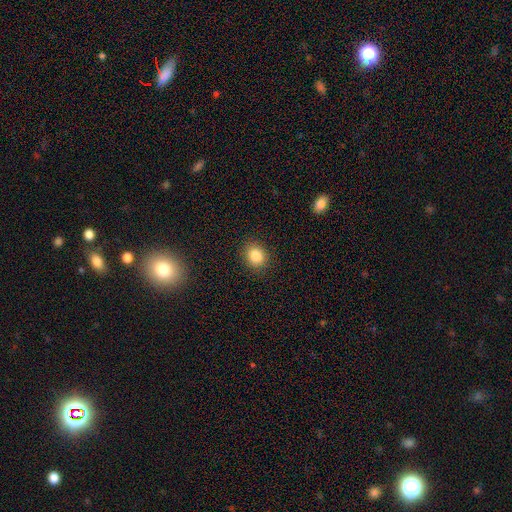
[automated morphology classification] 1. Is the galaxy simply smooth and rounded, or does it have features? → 84% smooth, 10% star or artifact, 6% featured or disk.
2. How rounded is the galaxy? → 67% round, 32% in between, 1% cigar-shaped.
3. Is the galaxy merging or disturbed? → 89% none, 8% minor disturbance, 2% major disturbance, 1% merger.